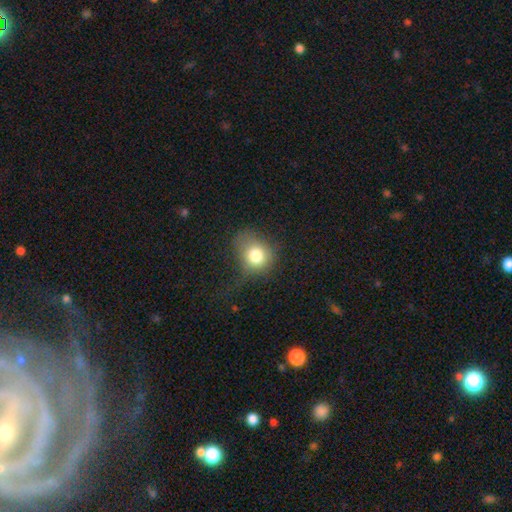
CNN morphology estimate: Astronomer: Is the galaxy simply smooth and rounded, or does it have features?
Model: smooth — 77%.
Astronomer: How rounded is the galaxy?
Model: round — 69%.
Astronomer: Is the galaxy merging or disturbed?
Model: none — 51% (runner-up: minor disturbance, 27%).